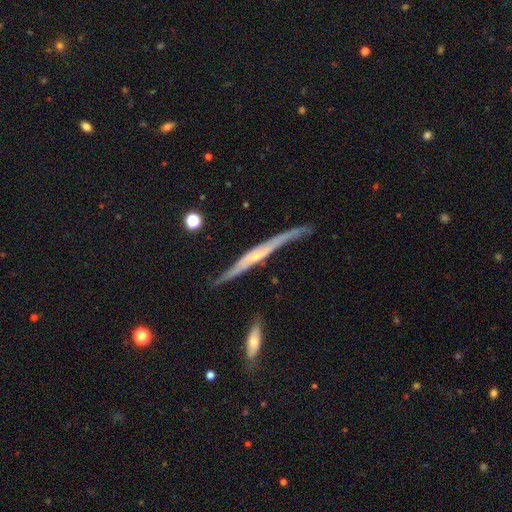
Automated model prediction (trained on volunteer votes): Smooth or featured?
  - featured or disk: 76% *
  - smooth: 19%
  - star or artifact: 5%
Edge-on disk?
  - yes: 91% *
  - no: 9%
Edge-on bulge?
  - rounded: 44% * (tied)
  - none: 44% * (tied)
  - boxy: 13%
Merging?
  - none: 70% *
  - minor disturbance: 22%
  - major disturbance: 5%
  - merger: 3%